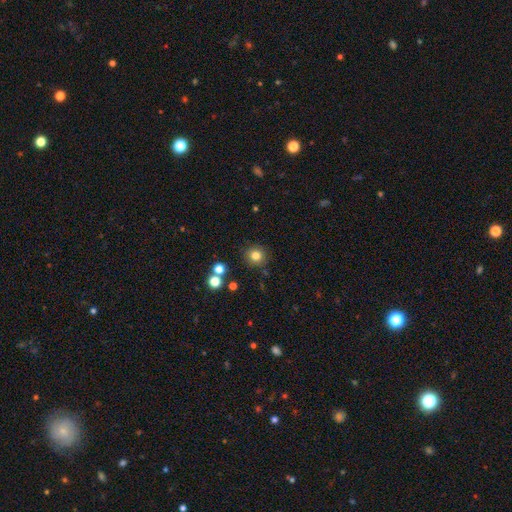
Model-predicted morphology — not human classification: Smooth or featured? smooth (80%)
How rounded? round (93%)
Merging? none (87%)